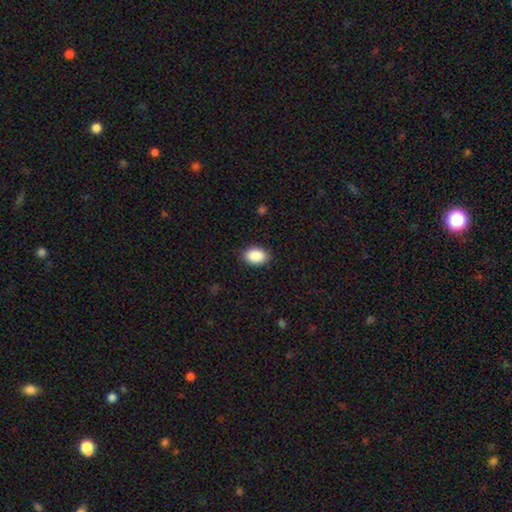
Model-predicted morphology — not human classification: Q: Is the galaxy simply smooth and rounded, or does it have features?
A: smooth — 90%.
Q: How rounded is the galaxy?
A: in between — 87%.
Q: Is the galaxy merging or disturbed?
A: none — 89%.